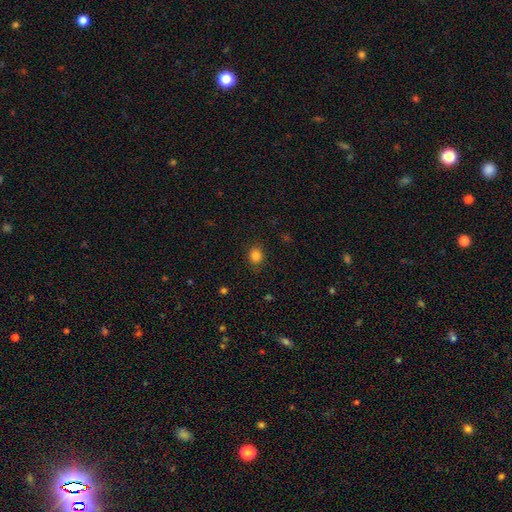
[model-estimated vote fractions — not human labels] smooth 83%, star or artifact 12%, featured or disk 4%. Down the decision tree: how rounded — round (74%); merging — none (87%).